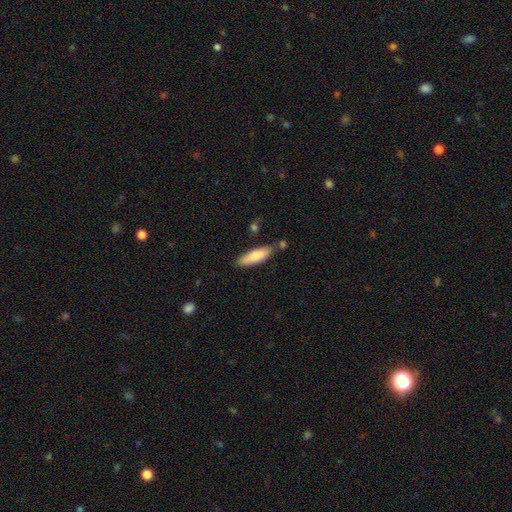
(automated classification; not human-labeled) Smooth or featured? smooth (81%)
How rounded? cigar-shaped (56%)
Merging? none (78%)